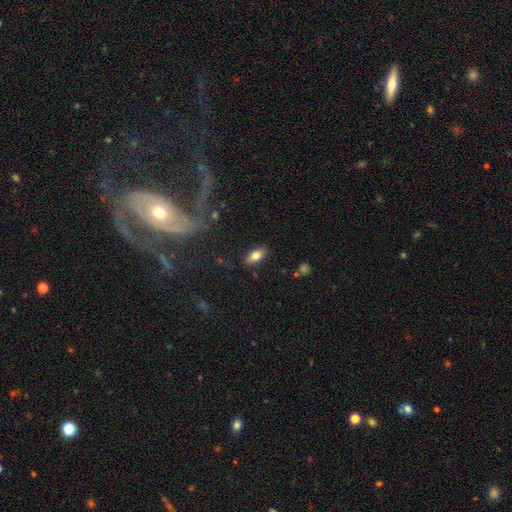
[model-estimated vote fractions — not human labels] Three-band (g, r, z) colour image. It shows a smooth galaxy with no disk features (74%) that is in between round and cigar-shaped (86%). Merging: none (86%).